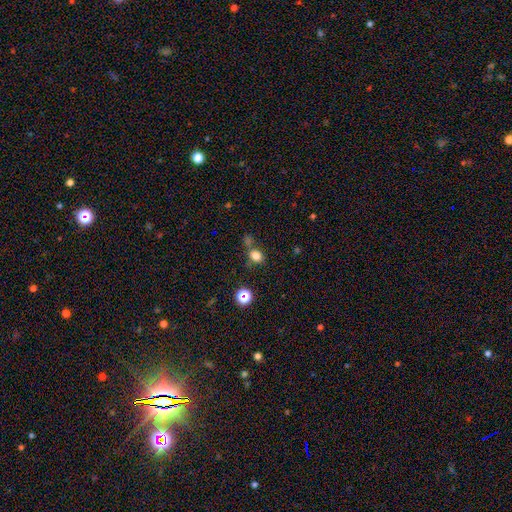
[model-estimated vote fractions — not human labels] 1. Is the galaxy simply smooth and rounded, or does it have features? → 76% smooth, 18% star or artifact, 7% featured or disk.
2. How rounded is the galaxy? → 55% round, 44% in between, 1% cigar-shaped.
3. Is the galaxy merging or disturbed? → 63% none, 17% merger, 14% minor disturbance, 6% major disturbance.